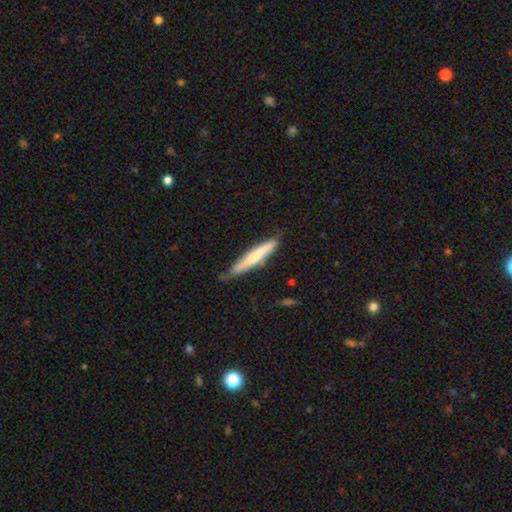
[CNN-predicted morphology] Smooth or featured: smooth — 62% (featured or disk — 33%)
How rounded: cigar-shaped — 94% (in between — 5%)
Merging: none — 77% (minor disturbance — 18%)